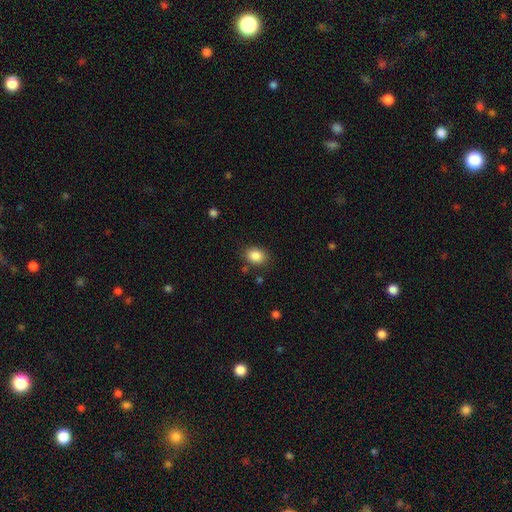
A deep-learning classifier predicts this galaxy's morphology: smooth-or-featured: smooth: 87% | star or artifact: 9% | featured or disk: 5%
  how-rounded: in between: 60% | round: 39% | cigar-shaped: 1%
  merging: none: 81% | minor disturbance: 12% | major disturbance: 4% | merger: 3%